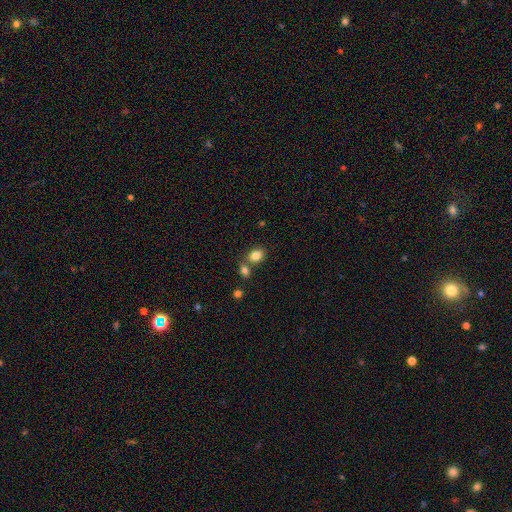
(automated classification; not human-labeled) Smooth or featured? smooth (84%)
How rounded? in between (66%)
Merging? none (58%)